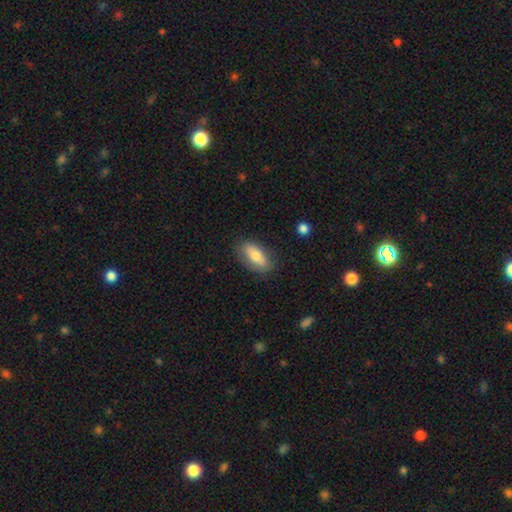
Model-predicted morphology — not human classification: Smooth or featured?
  - smooth: 71% *
  - featured or disk: 23%
  - star or artifact: 6%
How rounded?
  - in between: 85% *
  - cigar-shaped: 12%
  - round: 4%
Merging?
  - none: 80% *
  - minor disturbance: 14%
  - major disturbance: 4%
  - merger: 2%